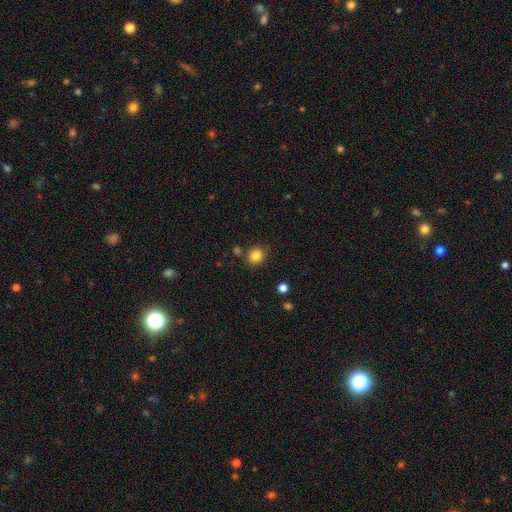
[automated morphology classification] Q: Smooth or featured?
A: smooth (84%); runner-up: star or artifact (12%)
Q: How rounded?
A: round (87%); runner-up: in between (13%)
Q: Merging?
A: none (84%); runner-up: minor disturbance (8%)